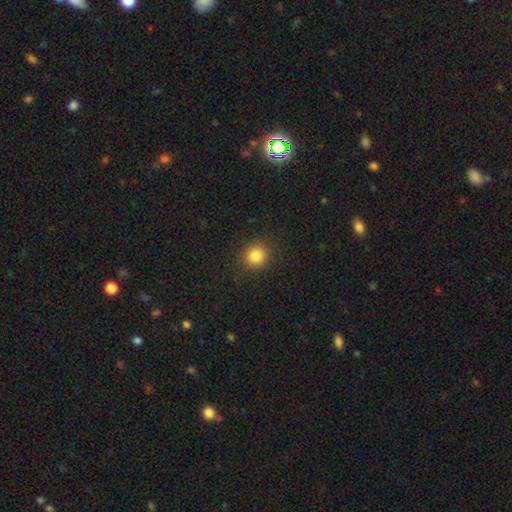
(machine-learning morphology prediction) Overall: smooth (83%). How rounded: round (88%). Merging: none (89%).